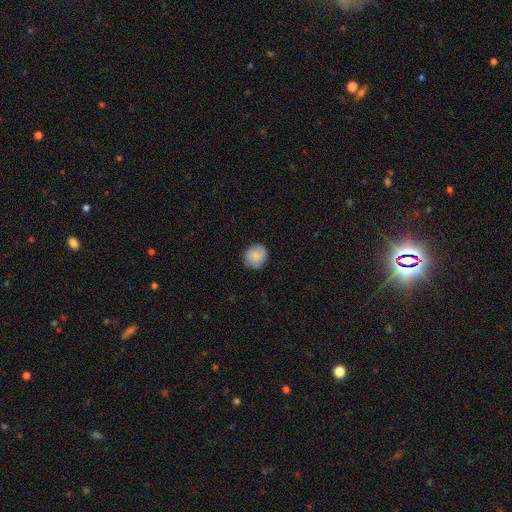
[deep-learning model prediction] Smooth or featured: smooth — 86% (star or artifact — 7%)
How rounded: round — 78% (in between — 21%)
Merging: none — 84% (minor disturbance — 13%)